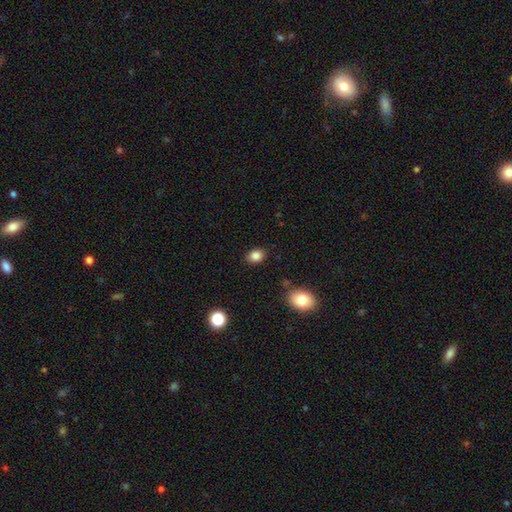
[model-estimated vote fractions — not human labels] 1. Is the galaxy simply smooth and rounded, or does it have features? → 85% smooth, 10% star or artifact, 5% featured or disk.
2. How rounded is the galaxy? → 66% in between, 33% round, 1% cigar-shaped.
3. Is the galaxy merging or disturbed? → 85% none, 10% minor disturbance, 3% major disturbance, 2% merger.